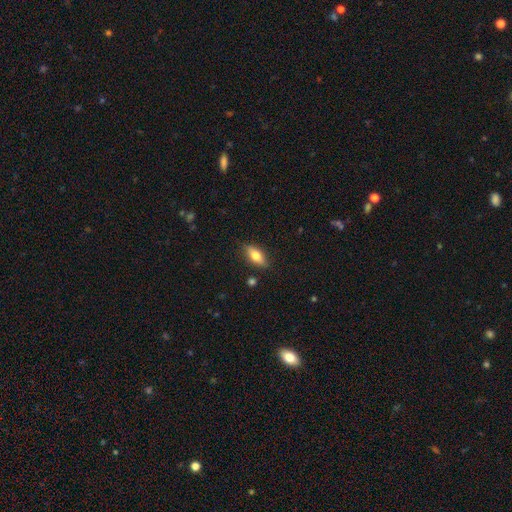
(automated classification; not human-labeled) Morphology: type=smooth (71%); roundness=in between (78%); merging=none (84%).